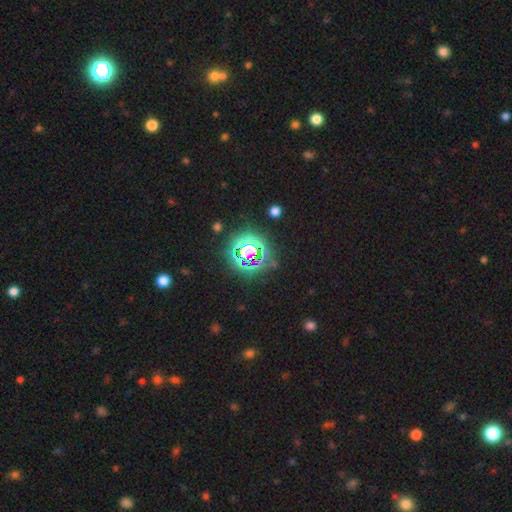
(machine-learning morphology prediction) A star or artifact, not a galaxy (75%).